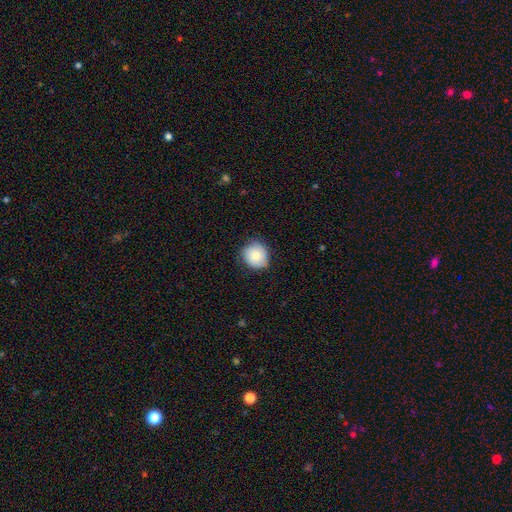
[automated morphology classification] Smooth or featured: smooth — 79% (featured or disk — 13%)
How rounded: round — 87% (in between — 12%)
Merging: none — 76% (minor disturbance — 20%)